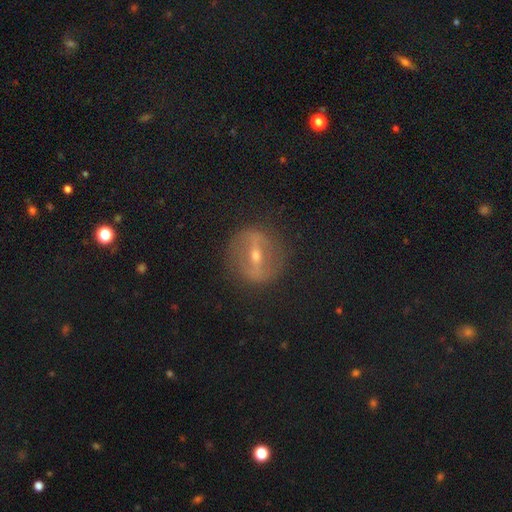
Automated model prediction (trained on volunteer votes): Overall: featured or disk (77%). Edge-on disk: no (73%). Bar: strong (75%). Spiral arms: no (65%; yes 35%). Bulge size: small (51%; moderate 45%). Merging: none (85%).